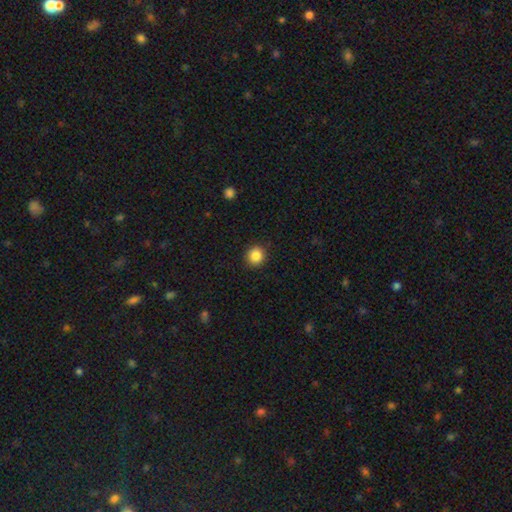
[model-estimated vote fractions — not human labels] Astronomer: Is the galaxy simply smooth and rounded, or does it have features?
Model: smooth — 87%.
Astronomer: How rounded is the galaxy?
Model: round — 91%.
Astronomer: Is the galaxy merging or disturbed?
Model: none — 92%.